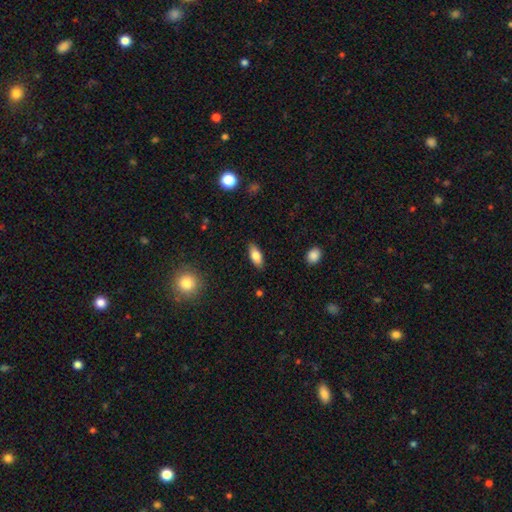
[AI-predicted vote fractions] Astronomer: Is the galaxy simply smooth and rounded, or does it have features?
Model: smooth — 78%.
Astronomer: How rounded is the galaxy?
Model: in between — 82%.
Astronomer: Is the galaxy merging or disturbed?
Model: none — 86%.